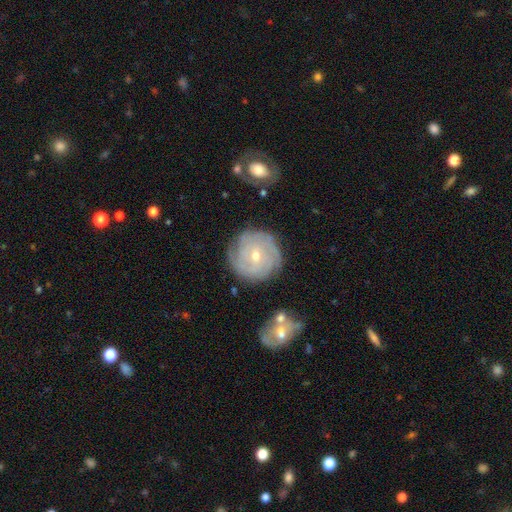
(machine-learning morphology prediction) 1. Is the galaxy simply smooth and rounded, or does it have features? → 76% featured or disk, 16% smooth, 8% star or artifact.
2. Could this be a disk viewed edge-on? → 97% no, 3% yes.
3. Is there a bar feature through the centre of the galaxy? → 72% no, 23% weak, 5% strong.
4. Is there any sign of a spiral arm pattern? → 93% yes, 7% no.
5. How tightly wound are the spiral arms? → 76% tight, 19% medium, 5% loose.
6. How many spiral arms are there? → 34% can't tell, 22% 3, 17% 4, 14% 2, 7% more than 4, 6% 1.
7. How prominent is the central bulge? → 62% small, 35% moderate, 1% large, 1% none, 1% dominant.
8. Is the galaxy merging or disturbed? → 81% none, 13% minor disturbance, 4% major disturbance, 2% merger.